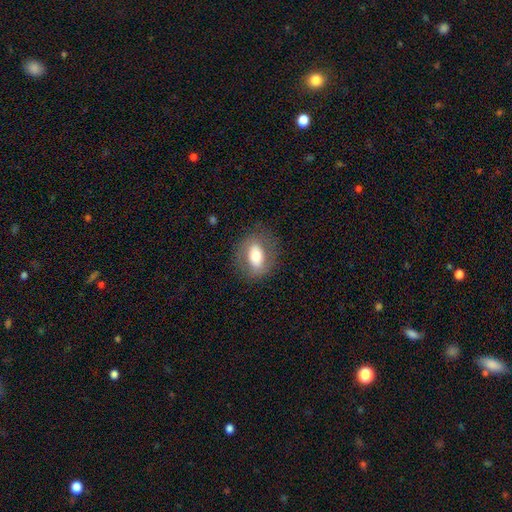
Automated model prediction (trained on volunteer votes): Smooth or featured? smooth (61%)
How rounded? in between (74%)
Merging? none (78%)